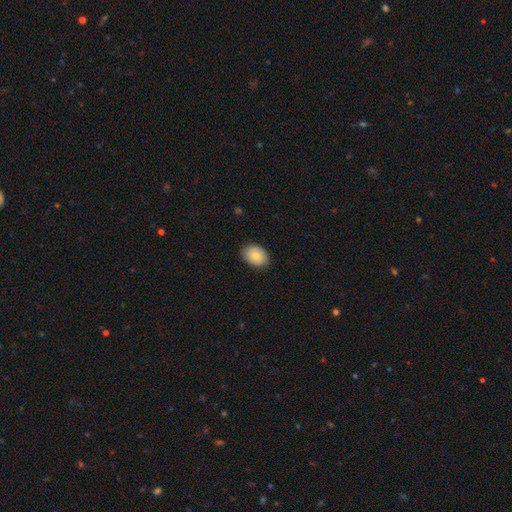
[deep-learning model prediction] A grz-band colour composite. It shows a smooth galaxy with no disk features (84%) that is in between round and cigar-shaped (74%). Merging: none (85%).